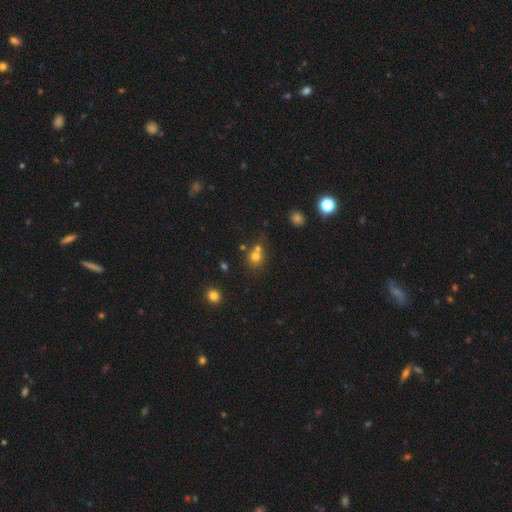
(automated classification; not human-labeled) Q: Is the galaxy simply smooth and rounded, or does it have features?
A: smooth — 72%.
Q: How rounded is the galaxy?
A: round — 82%.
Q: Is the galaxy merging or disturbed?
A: none — 46%.